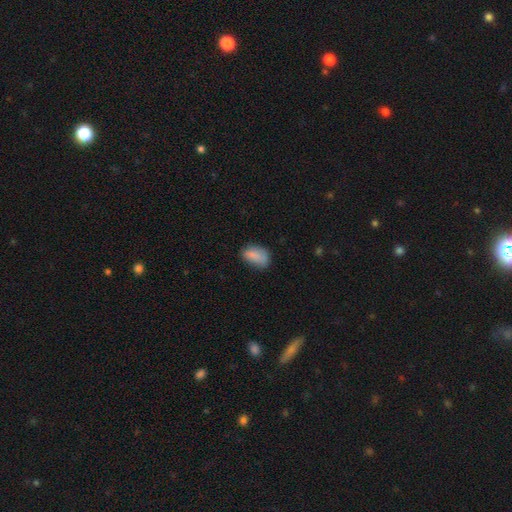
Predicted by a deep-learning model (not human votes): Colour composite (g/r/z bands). It shows a smooth galaxy with no disk features (84%) that is in between round and cigar-shaped (89%). Merging: none (61%).